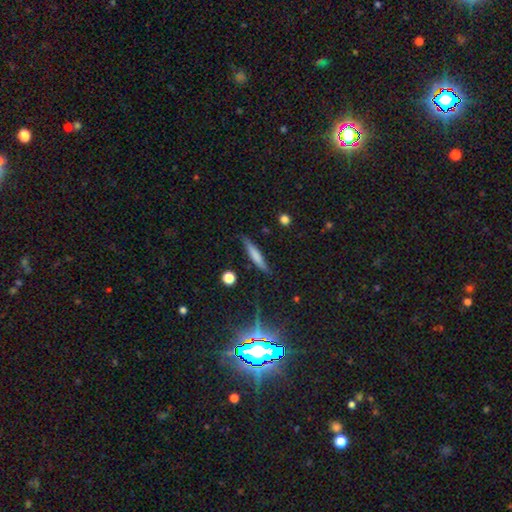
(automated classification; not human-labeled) Smooth or featured?
  - smooth: 67% *
  - featured or disk: 26%
  - star or artifact: 7%
How rounded?
  - cigar-shaped: 91% *
  - in between: 8%
  - round: 2%
Merging?
  - none: 83% *
  - minor disturbance: 12%
  - major disturbance: 3%
  - merger: 2%